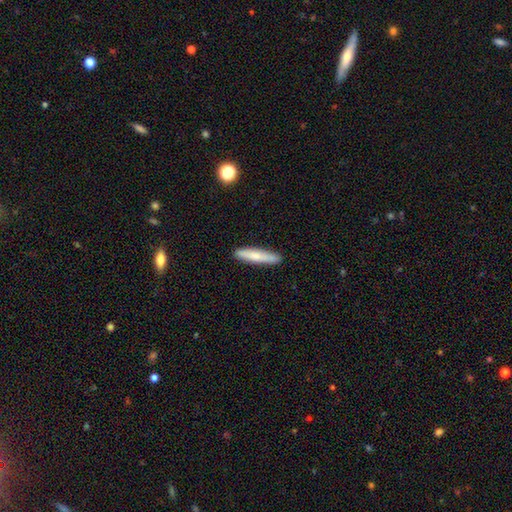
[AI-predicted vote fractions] smooth-or-featured: smooth: 72% | featured or disk: 22% | star or artifact: 6%
  how-rounded: cigar-shaped: 89% | in between: 9% | round: 1%
  merging: none: 89% | minor disturbance: 8% | major disturbance: 2% | merger: 1%